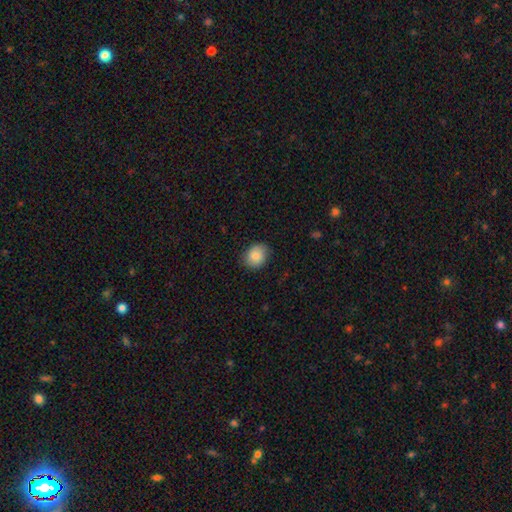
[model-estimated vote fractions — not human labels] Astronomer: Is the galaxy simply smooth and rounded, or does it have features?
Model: smooth — 85%.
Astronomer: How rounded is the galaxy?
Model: round — 58% (runner-up: in between, 41%).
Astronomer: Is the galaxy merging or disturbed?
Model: none — 82%.